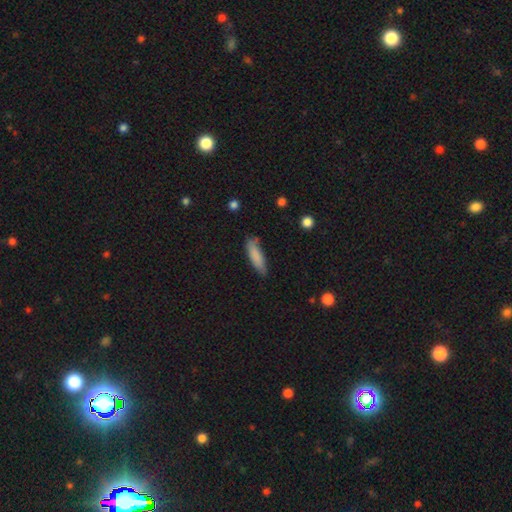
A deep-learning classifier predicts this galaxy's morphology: Smooth or featured? smooth (83%)
How rounded? cigar-shaped (61%)
Merging? none (68%)